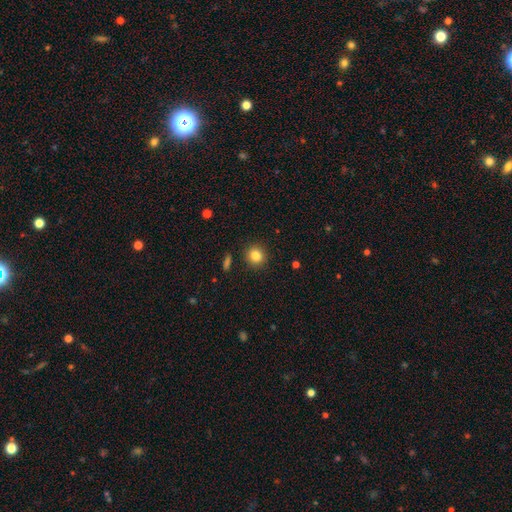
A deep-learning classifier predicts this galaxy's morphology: smooth_or_featured: smooth (p=0.83) [alt: star or artifact p=0.11]
how_rounded: round (p=0.85) [alt: in between p=0.14]
merging: none (p=0.91) [alt: minor disturbance p=0.06]